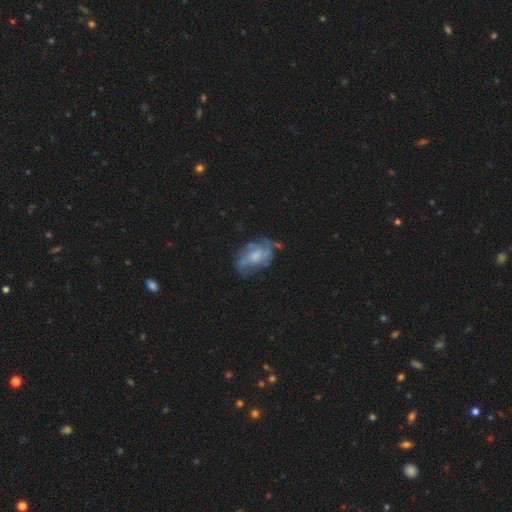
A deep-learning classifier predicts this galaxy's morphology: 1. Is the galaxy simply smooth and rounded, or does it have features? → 63% featured or disk, 28% smooth, 9% star or artifact.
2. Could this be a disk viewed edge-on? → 95% no, 5% yes.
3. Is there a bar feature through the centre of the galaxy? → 67% no, 27% weak, 6% strong.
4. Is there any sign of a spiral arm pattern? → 65% yes, 35% no.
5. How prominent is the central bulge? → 41% moderate, 33% small, 15% none, 9% large, 2% dominant.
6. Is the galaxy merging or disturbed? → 51% none, 25% minor disturbance, 20% major disturbance, 3% merger.